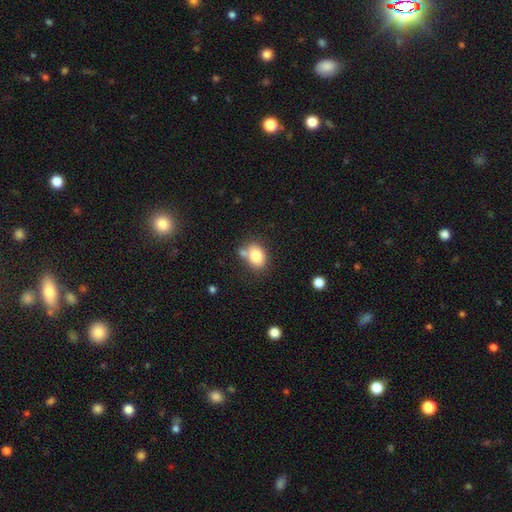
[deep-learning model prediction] The model was most divided on "how rounded": in between: 61%, round: 38%, cigar-shaped: 1%. More confident: smooth or featured — smooth (80%); merging — none (58%).